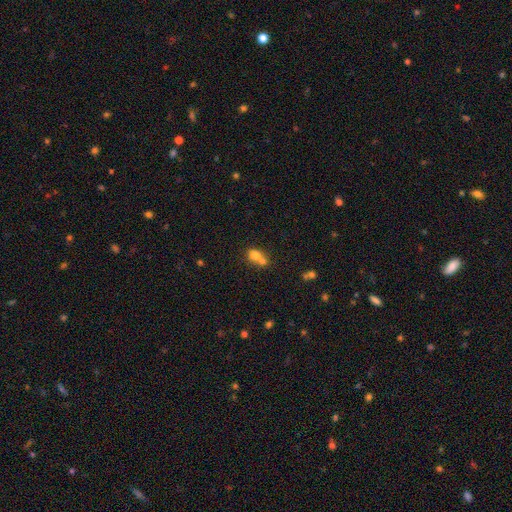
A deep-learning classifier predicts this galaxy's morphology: Overall: smooth (75%). How rounded: in between (51%; round 47%). Merging: merger (58%; none 30%).